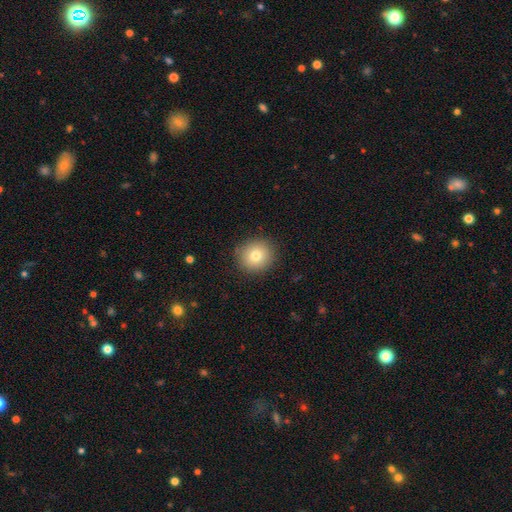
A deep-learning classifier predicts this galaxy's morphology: smooth_or_featured: smooth (p=0.79) [alt: star or artifact p=0.11]
how_rounded: round (p=0.89) [alt: in between p=0.10]
merging: none (p=0.90) [alt: minor disturbance p=0.07]